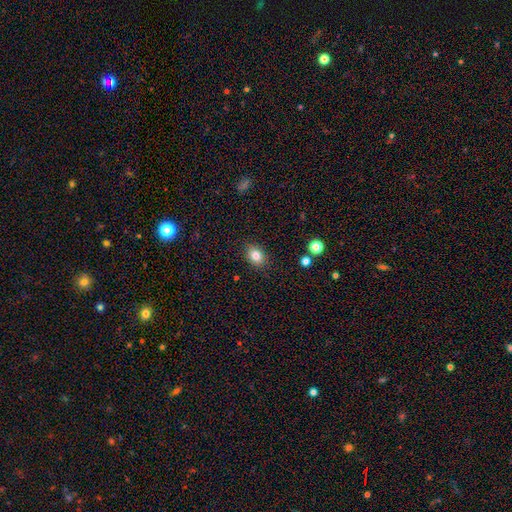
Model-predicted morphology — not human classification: type=smooth (82%); roundness=in between (61%); merging=none (87%).